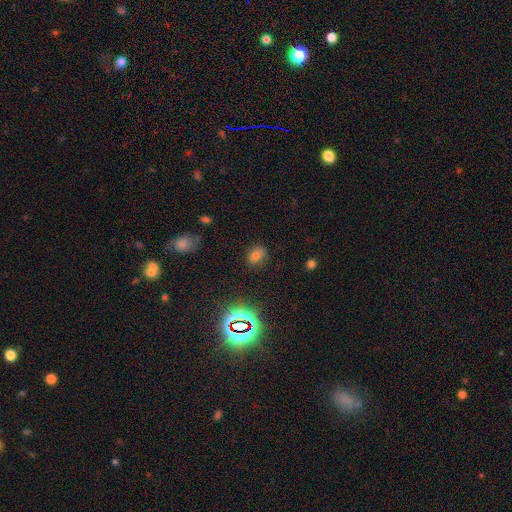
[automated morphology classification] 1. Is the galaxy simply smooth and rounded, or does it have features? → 66% smooth, 24% star or artifact, 10% featured or disk.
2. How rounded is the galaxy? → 50% in between, 48% round, 1% cigar-shaped.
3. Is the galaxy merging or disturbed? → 77% none, 16% minor disturbance, 5% major disturbance, 2% merger.